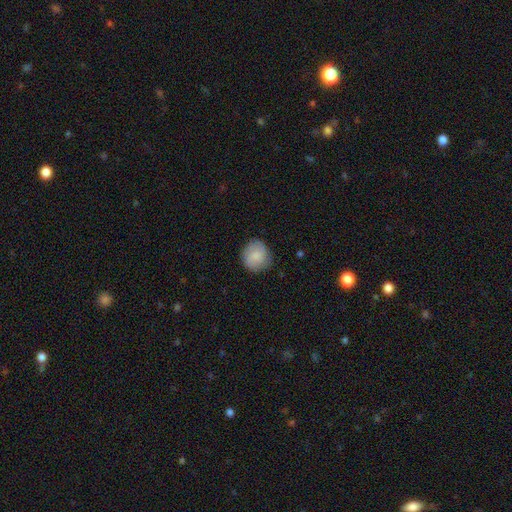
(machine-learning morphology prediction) A smooth galaxy with no disk features (83%) that is round (87%). Merging: none (81%).